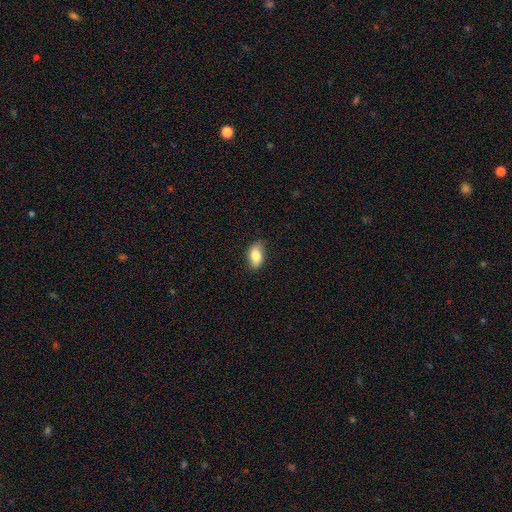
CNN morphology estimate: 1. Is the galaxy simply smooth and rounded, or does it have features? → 82% smooth, 11% featured or disk, 7% star or artifact.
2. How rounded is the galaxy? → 90% in between, 6% round, 4% cigar-shaped.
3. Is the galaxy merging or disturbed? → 79% none, 17% minor disturbance, 3% major disturbance, 1% merger.